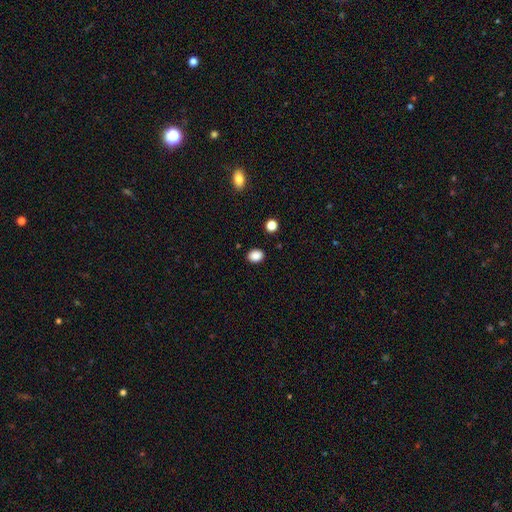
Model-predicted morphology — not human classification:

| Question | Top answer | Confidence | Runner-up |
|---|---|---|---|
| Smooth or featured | smooth | 87% | star or artifact (10%) |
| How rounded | in between | 57% | round (42%) |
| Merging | none | 88% | minor disturbance (8%) |